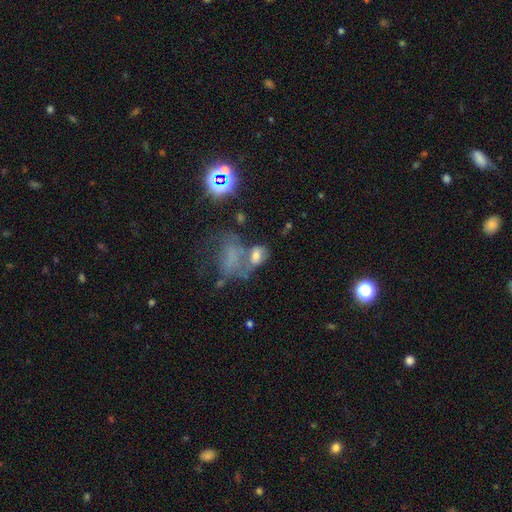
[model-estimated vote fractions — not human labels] Q: Smooth or featured?
A: smooth (54%); runner-up: featured or disk (24%)
Q: How rounded?
A: in between (82%); runner-up: round (16%)
Q: Merging?
A: merger (35%); runner-up: none (28%)